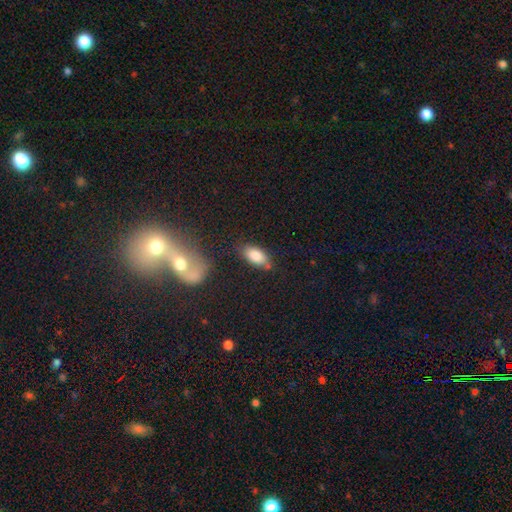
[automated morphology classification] smooth-or-featured: smooth: 83% | featured or disk: 9% | star or artifact: 8%
  how-rounded: in between: 90% | cigar-shaped: 6% | round: 4%
  merging: none: 71% | minor disturbance: 18% | merger: 6% | major disturbance: 4%